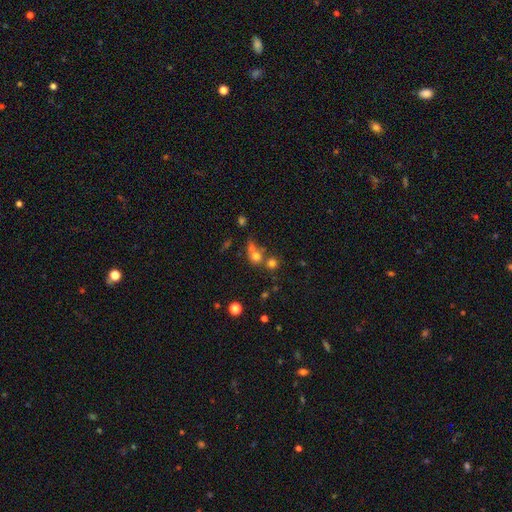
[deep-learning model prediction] A smooth galaxy with no disk features (65%) that is round (81%). Merging: merger (46%).